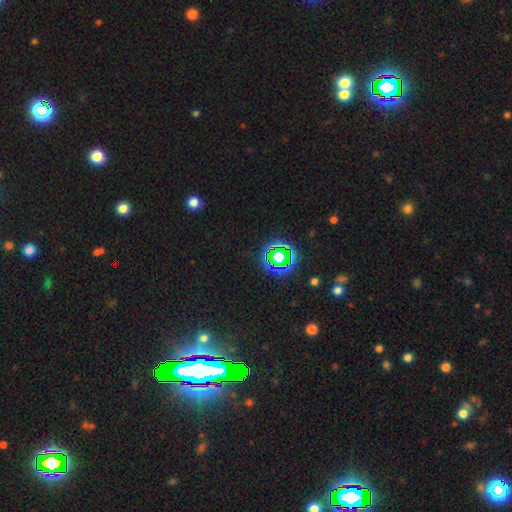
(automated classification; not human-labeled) smooth_or_featured: star or artifact (p=0.79) [alt: smooth p=0.12]